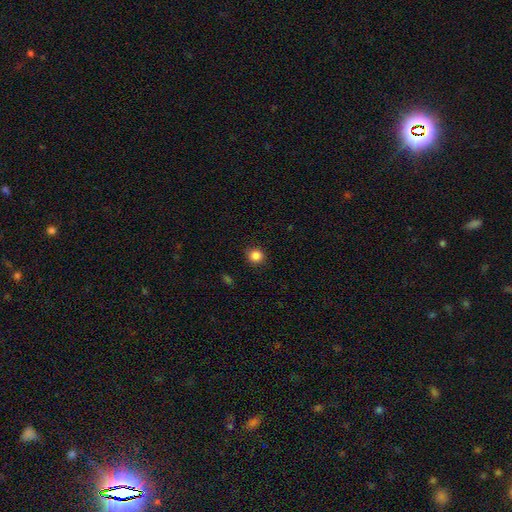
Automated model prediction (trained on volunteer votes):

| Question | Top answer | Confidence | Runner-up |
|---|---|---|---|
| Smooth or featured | smooth | 85% | star or artifact (11%) |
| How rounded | round | 89% | in between (10%) |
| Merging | none | 91% | minor disturbance (6%) |